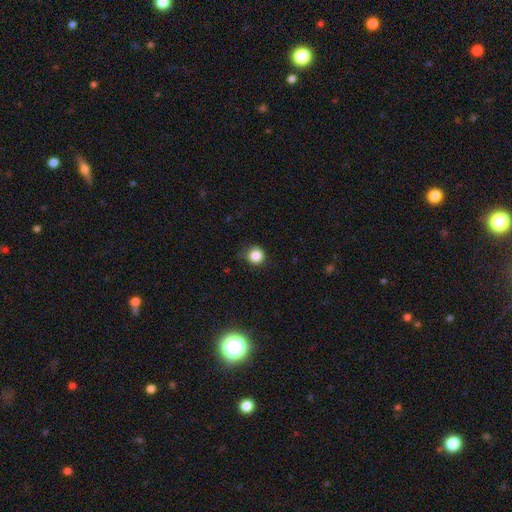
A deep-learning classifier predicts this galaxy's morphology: smooth_or_featured: smooth (p=0.84) [alt: star or artifact p=0.11]
how_rounded: round (p=0.93) [alt: in between p=0.06]
merging: none (p=0.79) [alt: minor disturbance p=0.16]